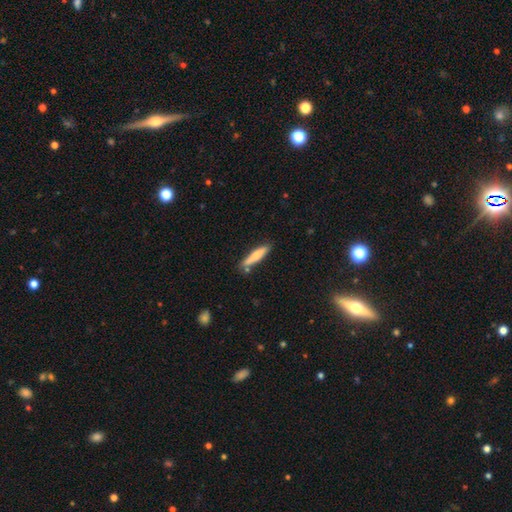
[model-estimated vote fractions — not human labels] Overall: smooth (74%). How rounded: cigar-shaped (84%). Merging: none (77%).